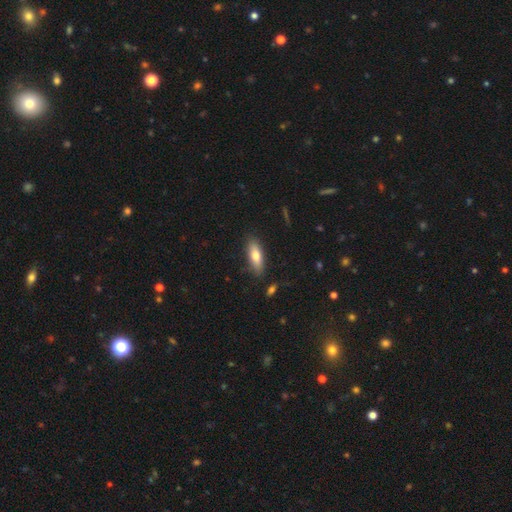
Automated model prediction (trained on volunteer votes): Smooth or featured? Predicted: smooth (p=0.71). How rounded? Predicted: in between (p=0.64). Merging? Predicted: none (p=0.83).